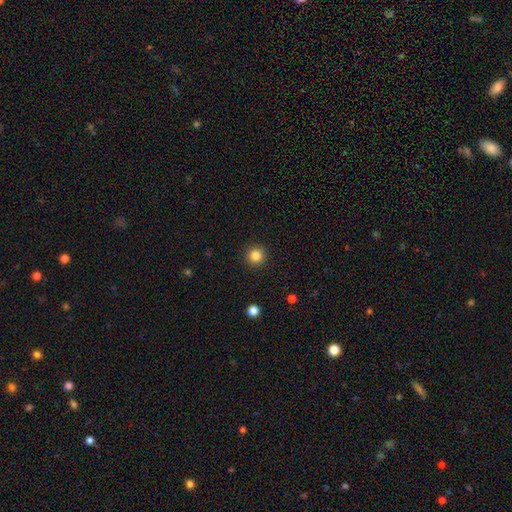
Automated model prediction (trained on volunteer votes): Smooth or featured? smooth (84%)
How rounded? round (96%)
Merging? none (93%)